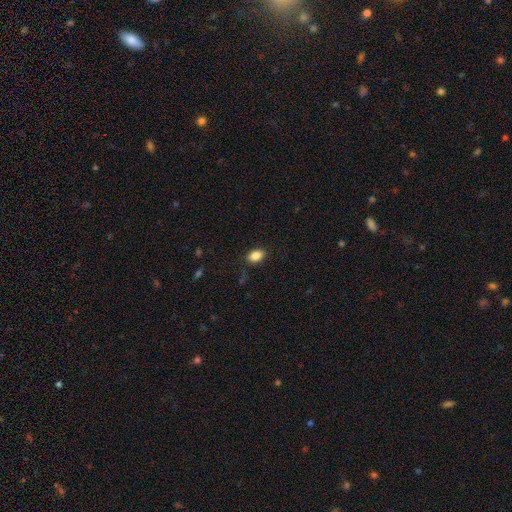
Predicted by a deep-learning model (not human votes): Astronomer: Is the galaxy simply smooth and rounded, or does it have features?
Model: smooth — 86%.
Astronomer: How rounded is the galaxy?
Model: in between — 83%.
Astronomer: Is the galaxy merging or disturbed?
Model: none — 83%.